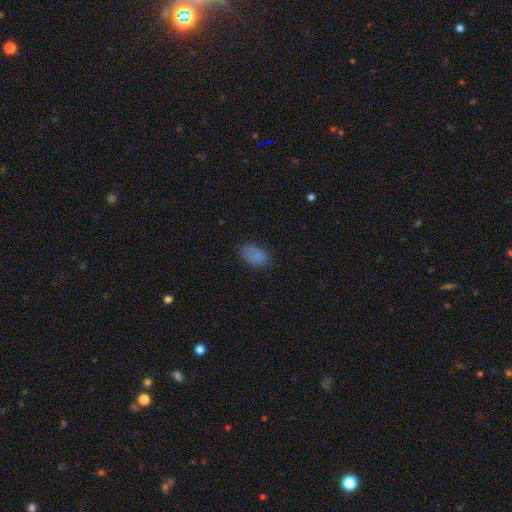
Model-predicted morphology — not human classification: This is clearly a smooth galaxy (81%). How rounded: clearly in between (90%). Merging: likely none (72%).